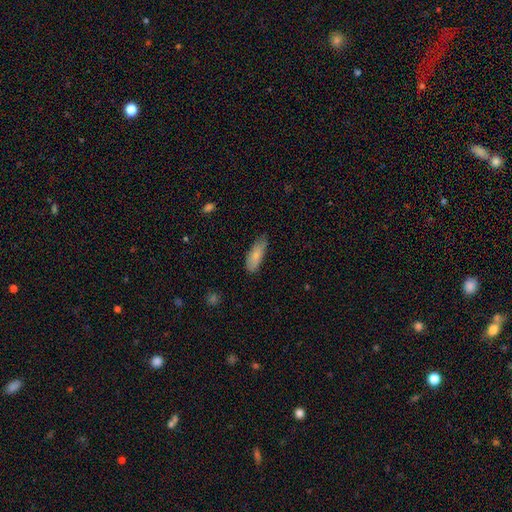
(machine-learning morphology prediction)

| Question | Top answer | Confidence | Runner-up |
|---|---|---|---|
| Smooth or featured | smooth | 81% | featured or disk (13%) |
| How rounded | in between | 67% | cigar-shaped (31%) |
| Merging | none | 61% | minor disturbance (31%) |